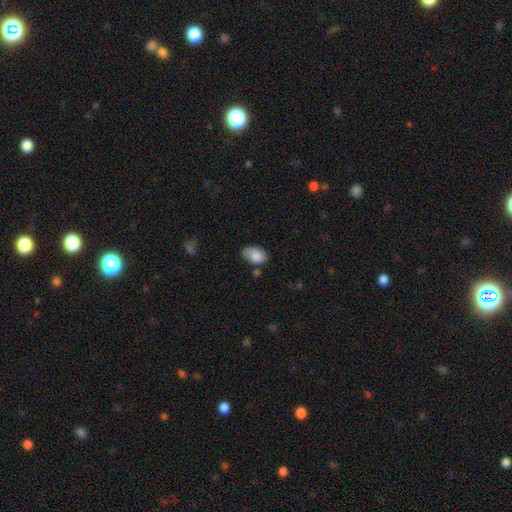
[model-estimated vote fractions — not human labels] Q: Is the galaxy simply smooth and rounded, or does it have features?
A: smooth — 83%.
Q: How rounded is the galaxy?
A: in between — 90%.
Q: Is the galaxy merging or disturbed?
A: none — 55%.